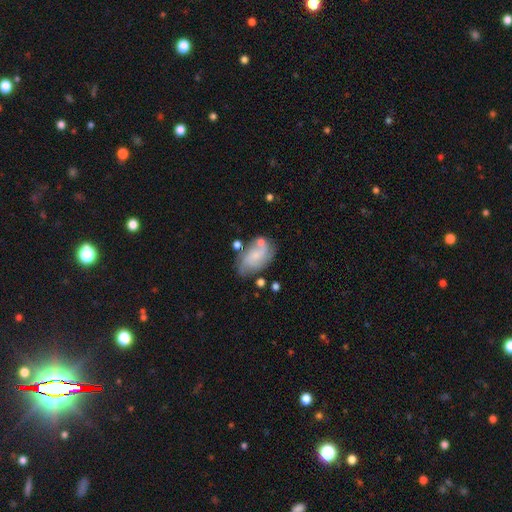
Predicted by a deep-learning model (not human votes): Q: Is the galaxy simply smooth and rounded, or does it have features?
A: featured or disk — 53%.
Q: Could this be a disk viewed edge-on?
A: no — 96%.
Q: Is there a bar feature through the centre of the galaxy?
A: no — 67%.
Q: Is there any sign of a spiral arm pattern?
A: yes — 79%.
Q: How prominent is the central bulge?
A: small — 52%.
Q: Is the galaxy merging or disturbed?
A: none — 51%.